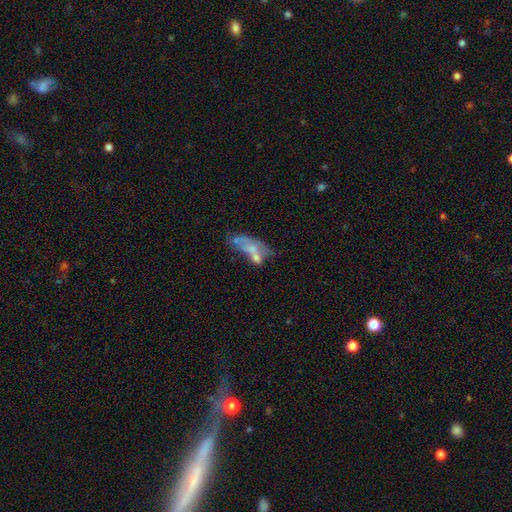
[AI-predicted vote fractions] Overall: featured or disk (46%; smooth 41%). Merging: merger (36%; major disturbance 25%).